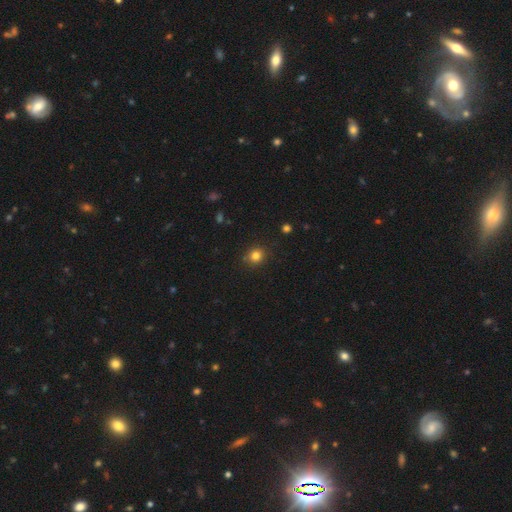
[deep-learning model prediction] Overall: smooth (82%). How rounded: round (83%). Merging: none (87%).